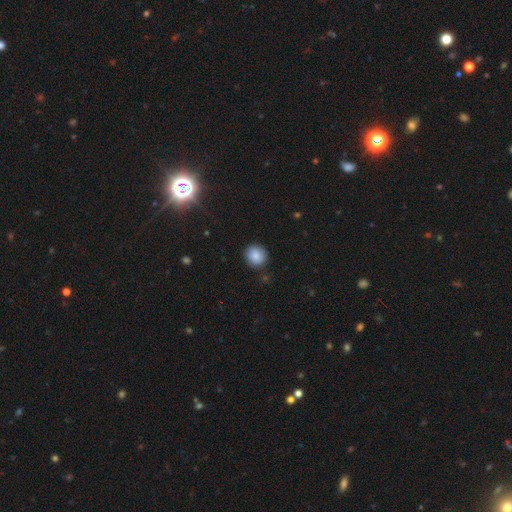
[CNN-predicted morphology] This is clearly a smooth galaxy (85%). How rounded: clearly round (90%). Merging: clearly none (87%).